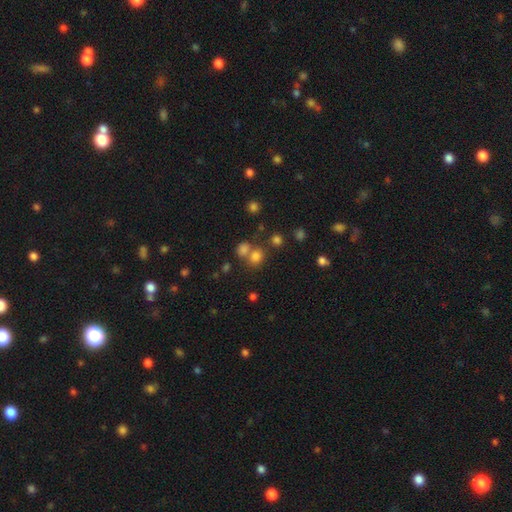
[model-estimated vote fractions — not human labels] Smooth or featured? Predicted: smooth (p=0.75). How rounded? Predicted: round (p=0.70). Merging? Predicted: none (p=0.55).